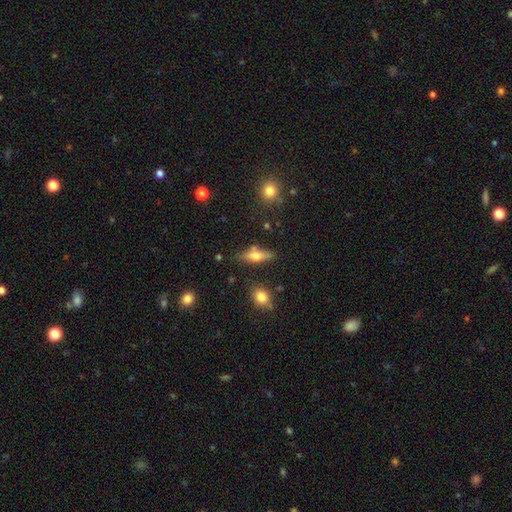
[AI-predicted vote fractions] Smooth or featured? featured or disk (51%)
Edge-on disk? yes (88%)
Merging? none (74%)